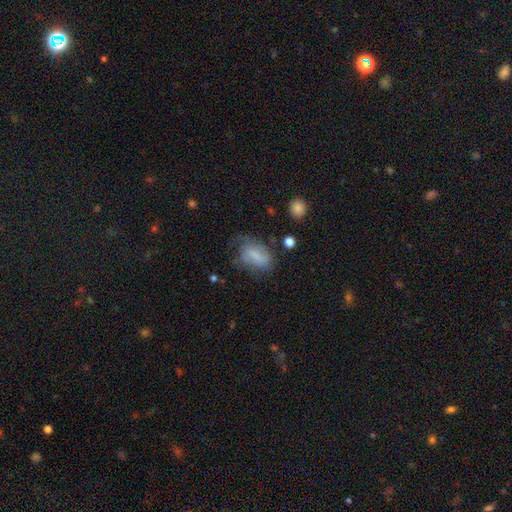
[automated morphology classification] smooth_or_featured: smooth (p=0.63) [alt: featured or disk p=0.27]
how_rounded: in between (p=0.84) [alt: round p=0.13]
merging: none (p=0.46) [alt: minor disturbance p=0.30]